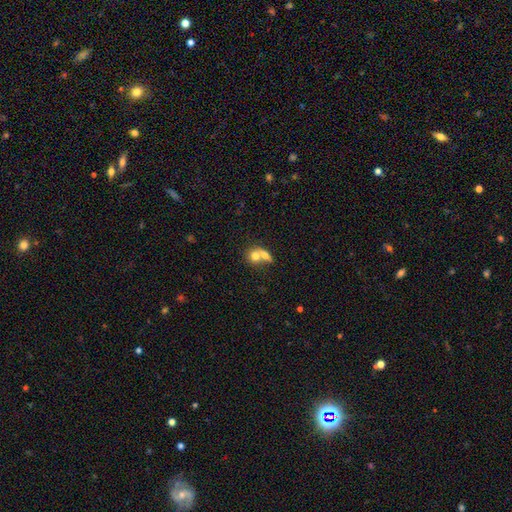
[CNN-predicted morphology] Q: Smooth or featured?
A: smooth (72%); runner-up: featured or disk (19%)
Q: How rounded?
A: round (58%); runner-up: in between (39%)
Q: Merging?
A: merger (66%); runner-up: none (24%)